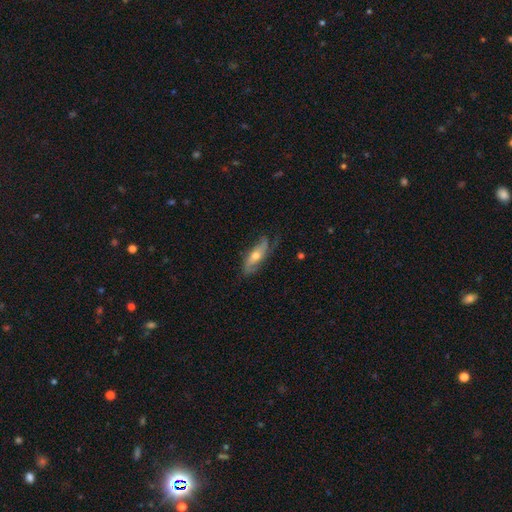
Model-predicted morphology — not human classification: Smooth or featured? featured or disk (69%)
Edge-on disk? no (73%)
Bar? no (66%)
Spiral arms? yes (87%)
Bulge size? moderate (65%)
Merging? none (69%)